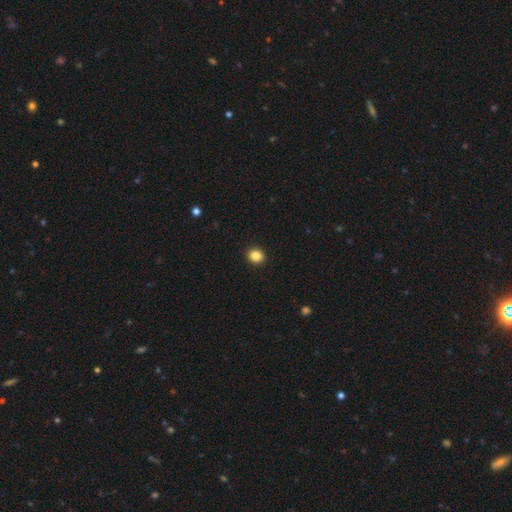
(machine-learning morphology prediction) type=smooth (86%); roundness=round (76%); merging=none (93%).